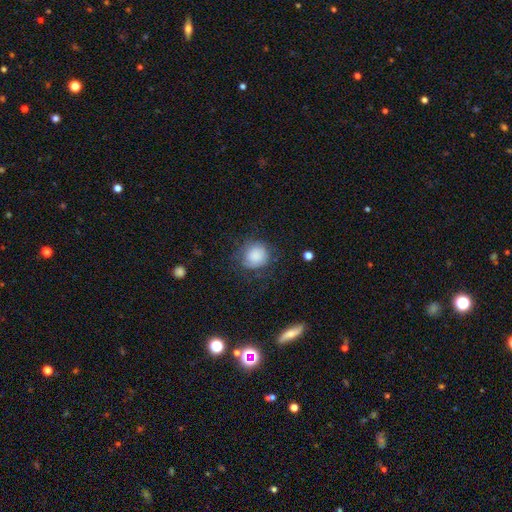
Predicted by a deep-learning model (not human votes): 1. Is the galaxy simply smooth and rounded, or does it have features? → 81% smooth, 11% featured or disk, 8% star or artifact.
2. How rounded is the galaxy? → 86% round, 13% in between, 1% cigar-shaped.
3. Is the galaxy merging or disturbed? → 64% none, 21% minor disturbance, 13% major disturbance, 2% merger.